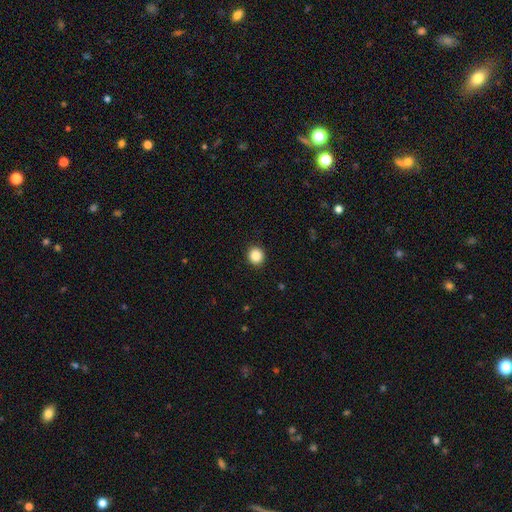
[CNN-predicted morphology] smooth 87%, star or artifact 10%, featured or disk 3%. Down the decision tree: how rounded — round (89%); merging — none (92%).